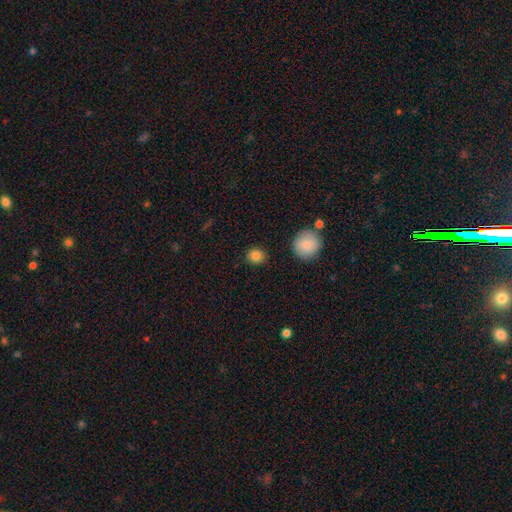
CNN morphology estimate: smooth 85%, star or artifact 10%, featured or disk 5%. Down the decision tree: how rounded — round (81%); merging — none (88%).